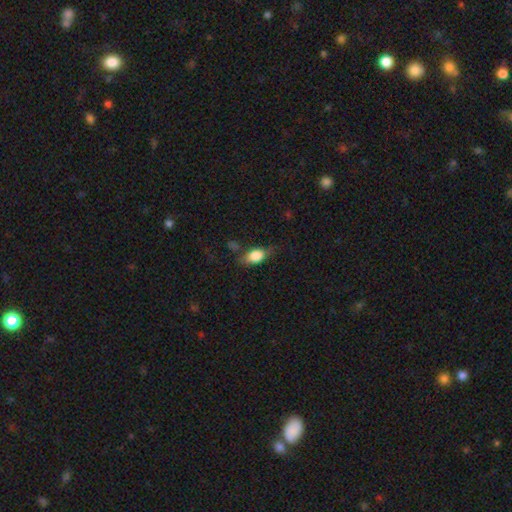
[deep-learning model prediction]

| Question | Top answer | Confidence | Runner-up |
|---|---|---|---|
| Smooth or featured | smooth | 68% | featured or disk (23%) |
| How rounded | in between | 79% | round (12%) |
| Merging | none | 55% | minor disturbance (28%) |